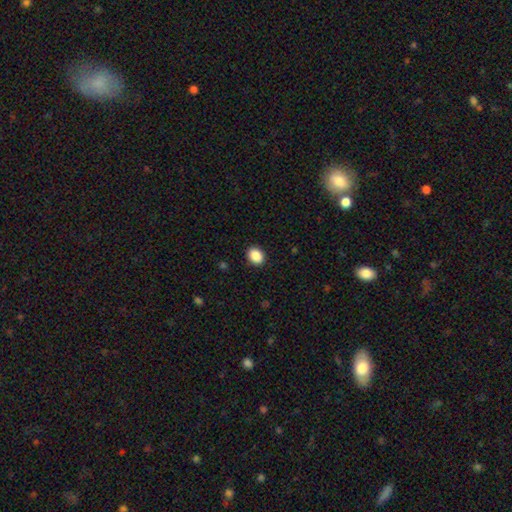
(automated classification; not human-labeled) A smooth galaxy with no disk features (89%) that is in between round and cigar-shaped (53%). Merging: none (91%).